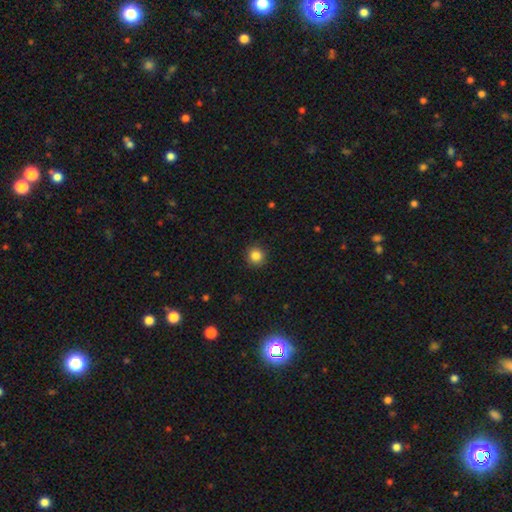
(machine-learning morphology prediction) This is clearly a smooth galaxy (84%). How rounded: clearly round (93%). Merging: clearly none (91%).